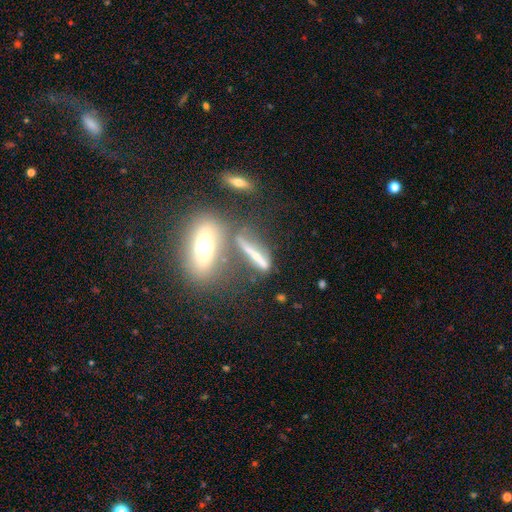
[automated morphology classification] Overall: featured or disk (46%; smooth 38%). Merging: none (51%; merger 24%).